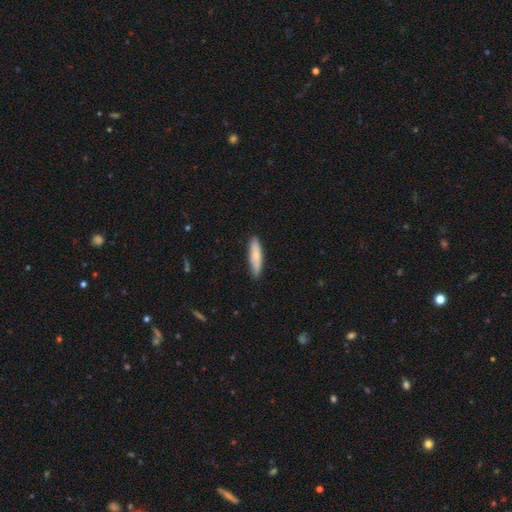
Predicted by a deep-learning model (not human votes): Smooth or featured? smooth (72%)
How rounded? cigar-shaped (74%)
Merging? none (87%)